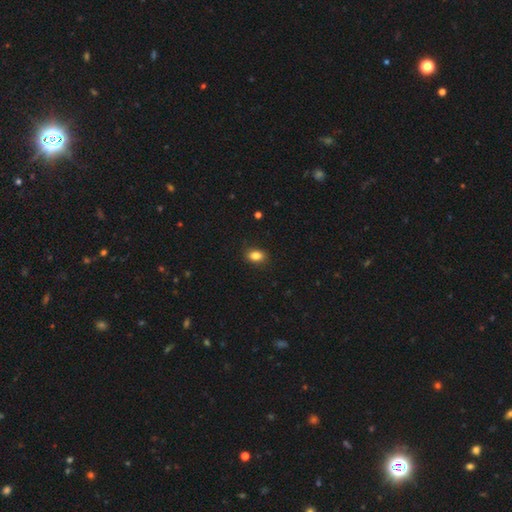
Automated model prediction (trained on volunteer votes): smooth-or-featured: smooth: 85% | star or artifact: 10% | featured or disk: 6%
  how-rounded: in between: 76% | round: 23% | cigar-shaped: 1%
  merging: none: 88% | minor disturbance: 9% | major disturbance: 2% | merger: 1%